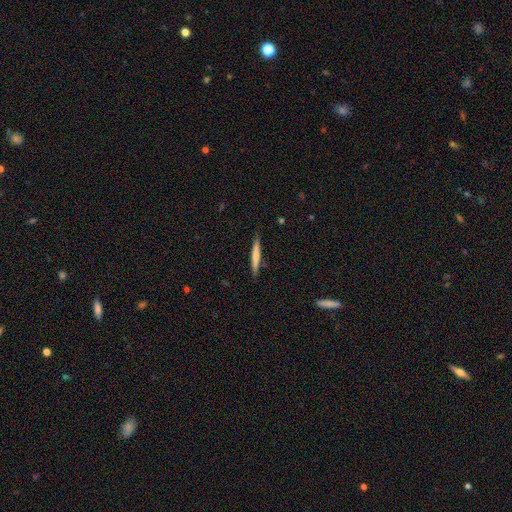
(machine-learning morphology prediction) Smooth or featured? smooth (61%)
How rounded? cigar-shaped (95%)
Merging? none (87%)